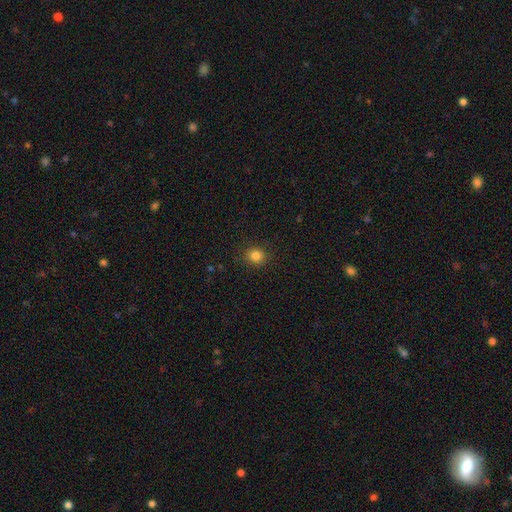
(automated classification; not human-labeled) smooth_or_featured: smooth (p=0.84) [alt: star or artifact p=0.12]
how_rounded: round (p=0.82) [alt: in between p=0.17]
merging: none (p=0.89) [alt: minor disturbance p=0.08]